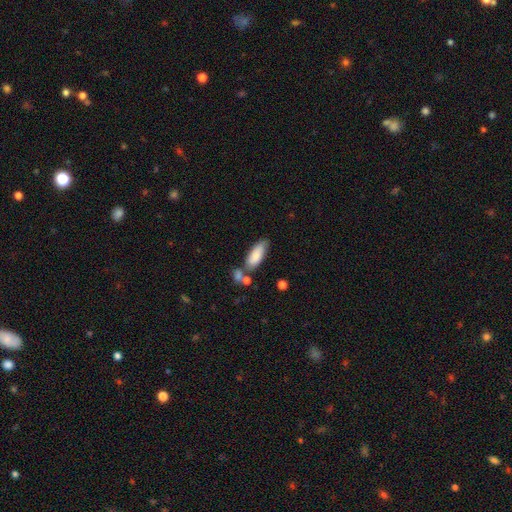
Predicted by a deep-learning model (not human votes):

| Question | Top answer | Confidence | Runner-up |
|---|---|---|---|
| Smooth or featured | smooth | 82% | featured or disk (11%) |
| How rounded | in between | 75% | cigar-shaped (24%) |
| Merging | none | 56% | merger (20%) |